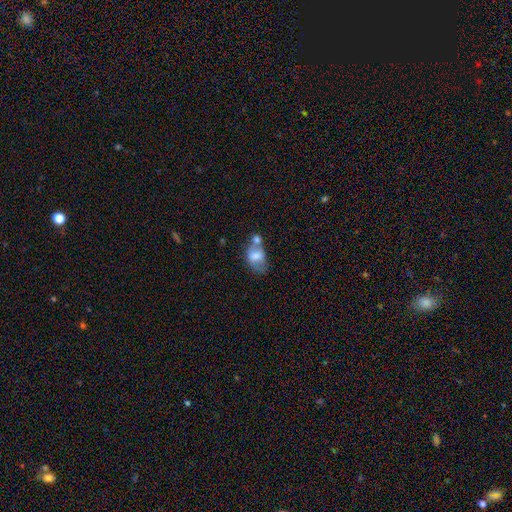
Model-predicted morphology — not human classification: smooth 62%, featured or disk 30%, star or artifact 9%. Down the decision tree: how rounded — in between (84%); merging — merger (45%).